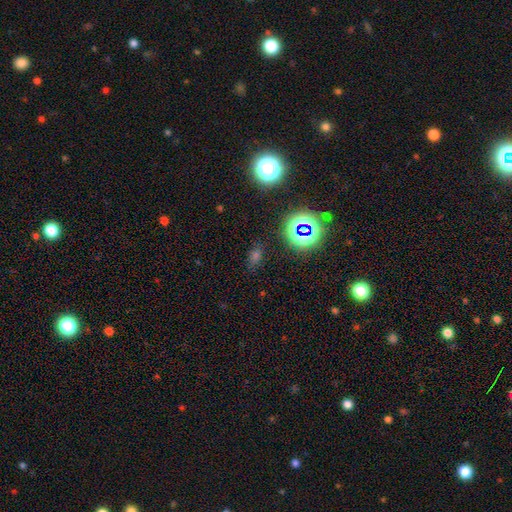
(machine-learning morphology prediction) Smooth or featured? star or artifact (51%)